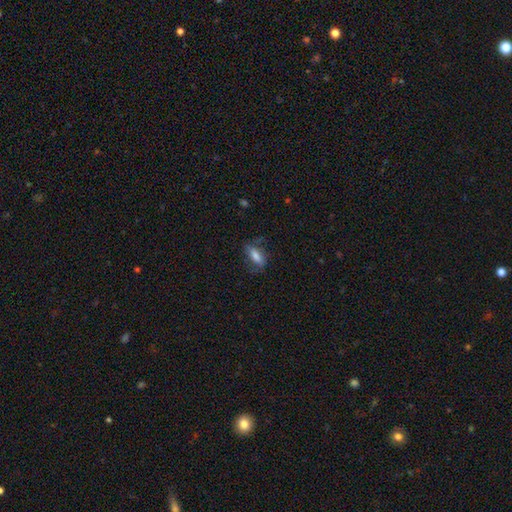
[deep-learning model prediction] This appears to be a smooth galaxy with no disk features (71%) that is in between round and cigar-shaped (68%). Merging: none (64%).